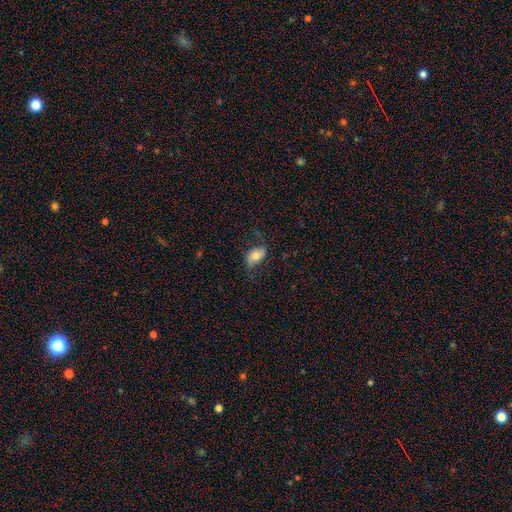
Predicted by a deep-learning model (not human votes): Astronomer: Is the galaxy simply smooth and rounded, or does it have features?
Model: smooth — 62%.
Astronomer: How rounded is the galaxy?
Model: in between — 90%.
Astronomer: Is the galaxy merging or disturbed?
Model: none — 68%.